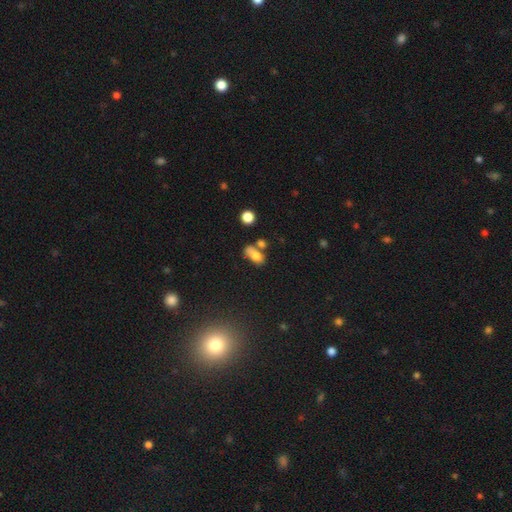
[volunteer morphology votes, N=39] smooth-or-featured: smooth: 77% | featured or disk: 21% | star or artifact: 3%
  how-rounded: in between: 63% | round: 30% | cigar-shaped: 7%
  merging: none: 50% | merger: 32% | major disturbance: 13% | minor disturbance: 5%